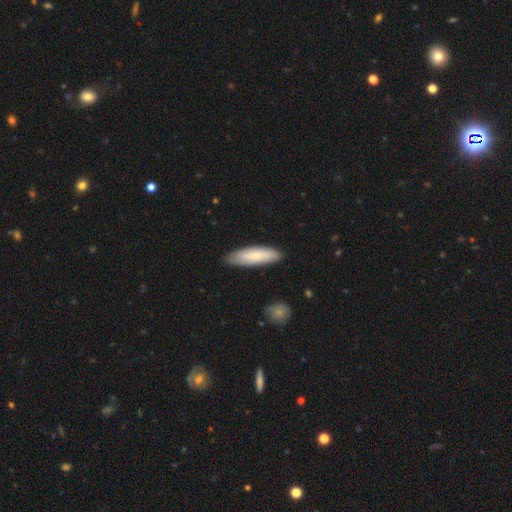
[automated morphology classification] The model was most divided on "how rounded": cigar-shaped: 58%, in between: 41%, round: 2%. More confident: merging — none (84%); smooth or featured — smooth (72%).